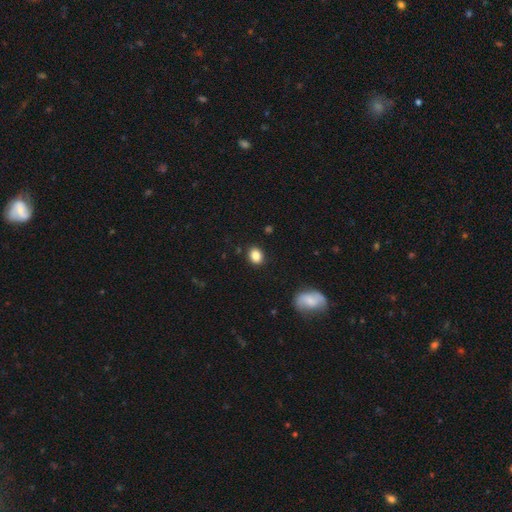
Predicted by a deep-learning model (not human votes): Morphology: type=smooth (85%); roundness=in between (50%); merging=none (88%).